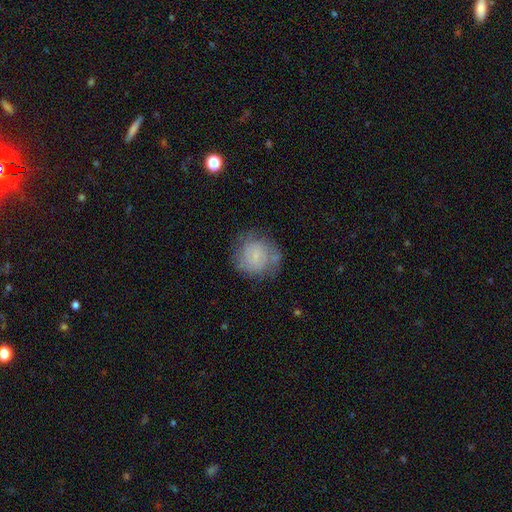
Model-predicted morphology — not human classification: Overall: smooth (48%; featured or disk 43%). Merging: none (63%).